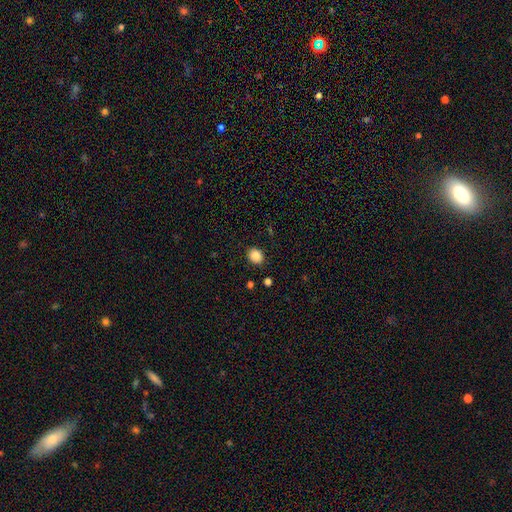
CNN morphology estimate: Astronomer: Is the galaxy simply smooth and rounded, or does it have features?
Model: smooth — 87%.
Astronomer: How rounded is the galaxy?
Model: round — 63%.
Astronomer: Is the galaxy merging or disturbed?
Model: none — 88%.